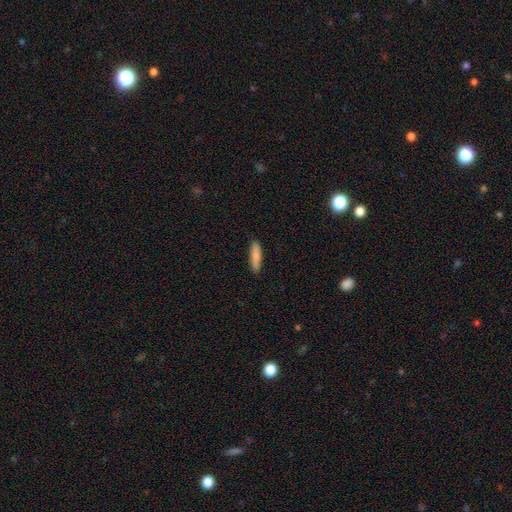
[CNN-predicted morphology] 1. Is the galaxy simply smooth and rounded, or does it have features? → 86% smooth, 8% featured or disk, 6% star or artifact.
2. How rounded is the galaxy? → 72% cigar-shaped, 26% in between, 1% round.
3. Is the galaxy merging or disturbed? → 89% none, 9% minor disturbance, 2% major disturbance, 1% merger.